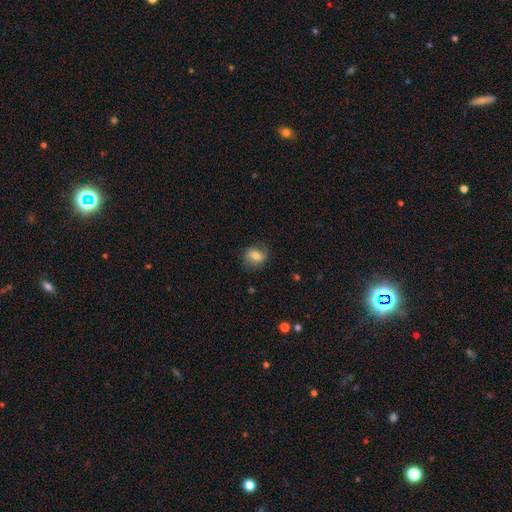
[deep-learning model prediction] smooth_or_featured: smooth (p=0.56) [alt: featured or disk p=0.35]
how_rounded: in between (p=0.51) [alt: round p=0.47]
merging: none (p=0.71) [alt: minor disturbance p=0.19]